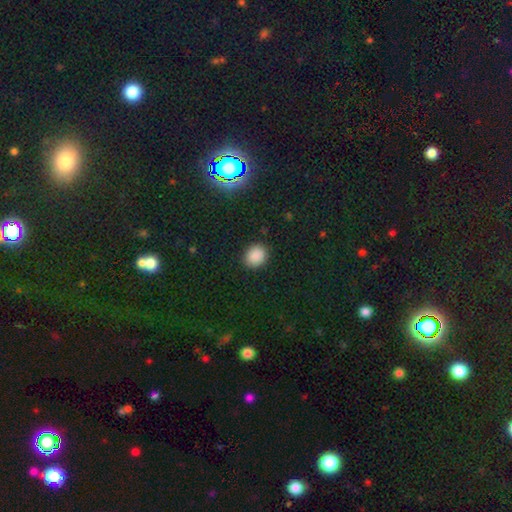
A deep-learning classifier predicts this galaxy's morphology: A smooth galaxy with no disk features (87%) that is round (66%).

Vote fractions:
- Smooth or featured? smooth: 87% / star or artifact: 10% / featured or disk: 3%
- How rounded? round: 66% / in between: 33% / cigar-shaped: 1%
- Merging? none: 89% / minor disturbance: 8% / major disturbance: 2% / merger: 1%